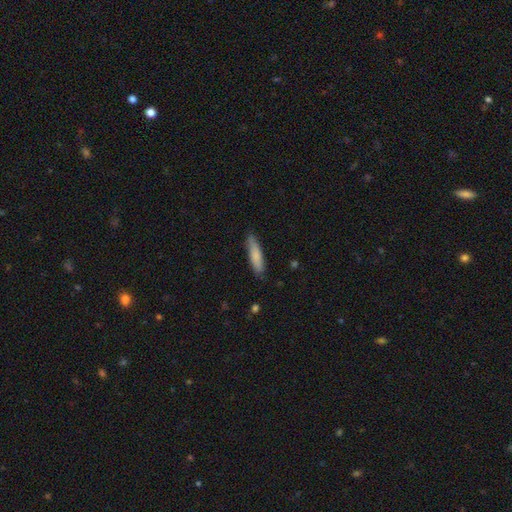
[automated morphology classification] Smooth or featured? smooth (80%)
How rounded? cigar-shaped (78%)
Merging? none (81%)